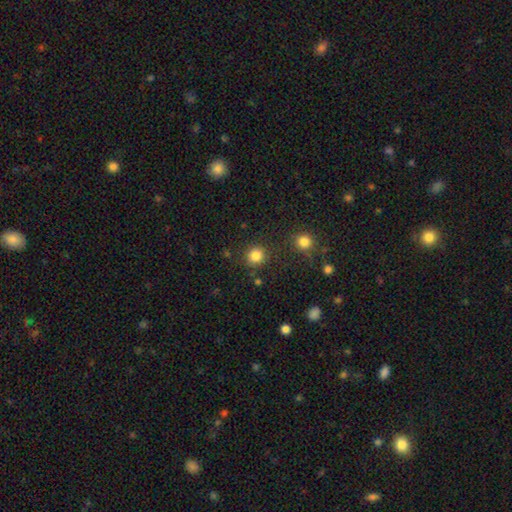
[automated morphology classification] Smooth or featured: smooth — 84% (star or artifact — 12%)
How rounded: round — 91% (in between — 8%)
Merging: none — 87% (minor disturbance — 7%)